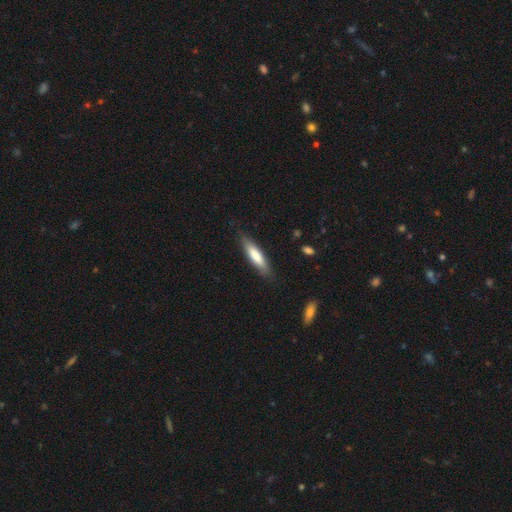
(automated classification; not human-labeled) Smooth or featured? smooth (70%)
How rounded? cigar-shaped (74%)
Merging? none (82%)